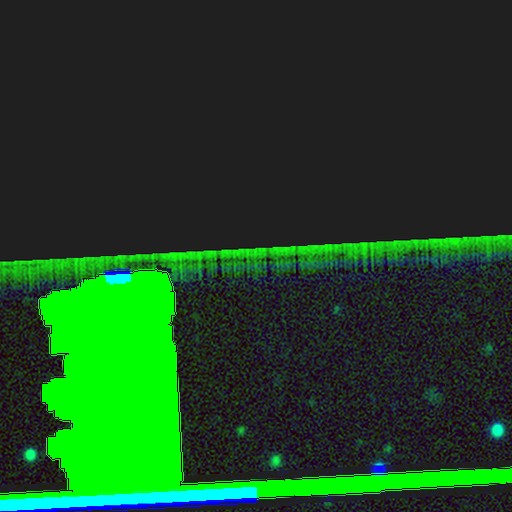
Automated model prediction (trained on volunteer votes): Overall: star or artifact (81%).